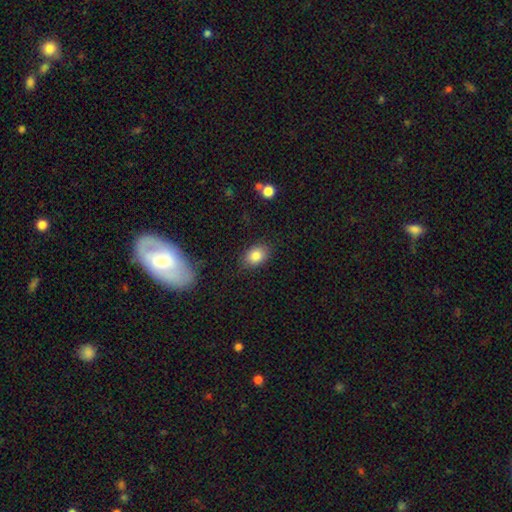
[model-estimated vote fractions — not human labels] This is clearly a smooth galaxy (84%). How rounded: likely in between (71%). Merging: clearly none (82%).